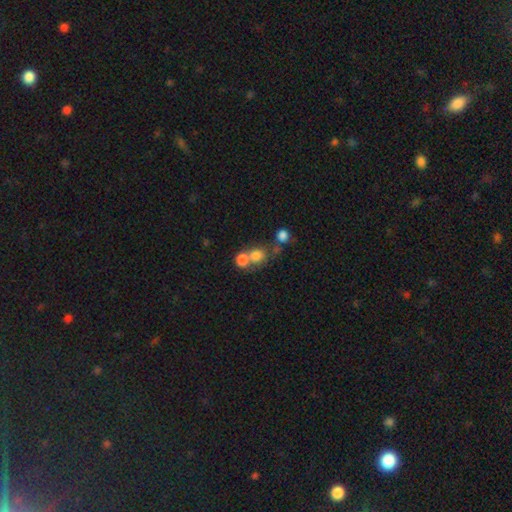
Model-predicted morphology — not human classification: type=smooth (75%); roundness=round (76%); merging=merger (51%).